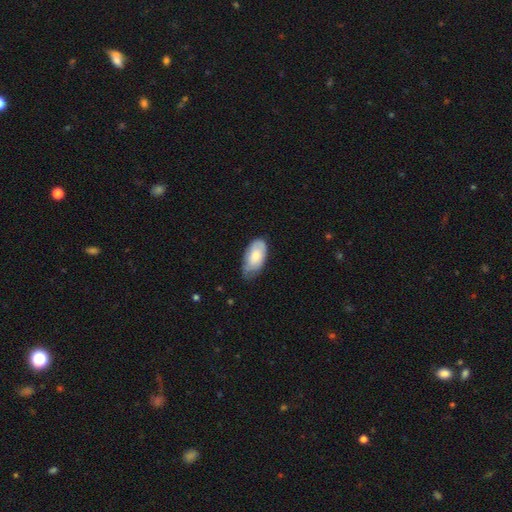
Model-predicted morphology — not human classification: Q: Smooth or featured?
A: smooth (66%); runner-up: featured or disk (28%)
Q: How rounded?
A: in between (94%); runner-up: cigar-shaped (3%)
Q: Merging?
A: none (54%); runner-up: minor disturbance (37%)